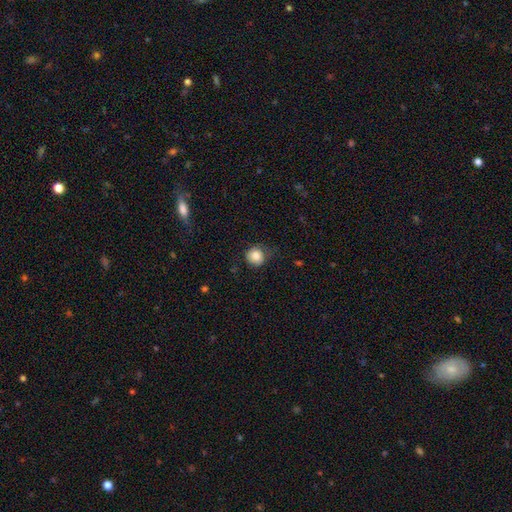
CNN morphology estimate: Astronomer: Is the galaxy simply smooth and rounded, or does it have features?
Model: smooth — 84%.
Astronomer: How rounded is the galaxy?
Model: round — 88%.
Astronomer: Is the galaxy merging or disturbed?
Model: none — 67%.